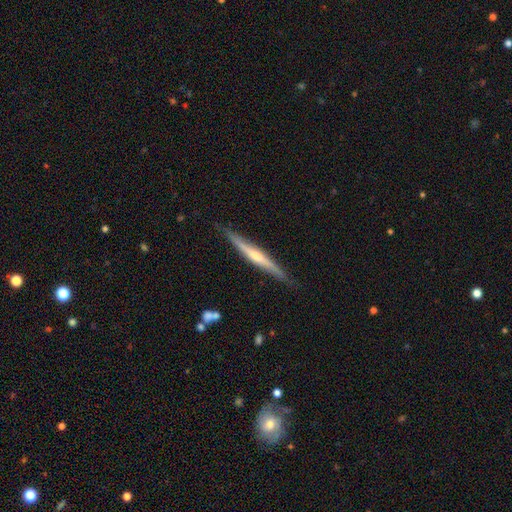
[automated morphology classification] Smooth or featured? featured or disk (65%)
Edge-on disk? yes (96%)
Edge-on bulge? rounded (61%)
Merging? none (85%)